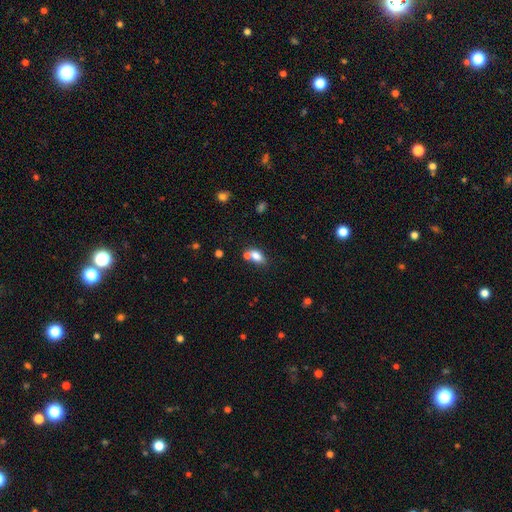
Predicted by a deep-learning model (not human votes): Smooth or featured: smooth — 78% (featured or disk — 12%)
How rounded: in between — 84% (round — 12%)
Merging: none — 42% (merger — 40%)